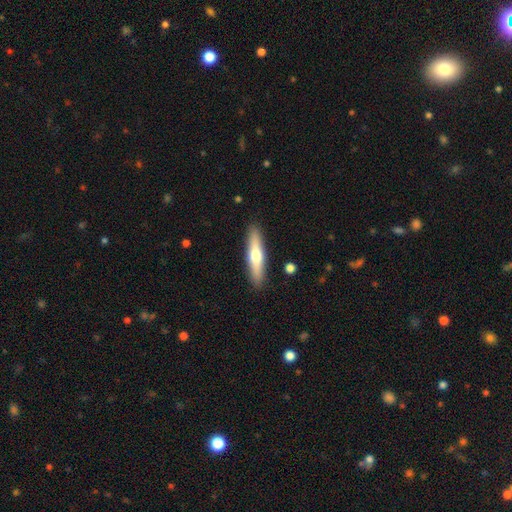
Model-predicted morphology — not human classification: Smooth or featured?
  - smooth: 52% *
  - featured or disk: 43%
  - star or artifact: 5%
How rounded?
  - cigar-shaped: 81% *
  - in between: 17%
  - round: 2%
Merging?
  - none: 90% *
  - minor disturbance: 7%
  - major disturbance: 2%
  - merger: 1%